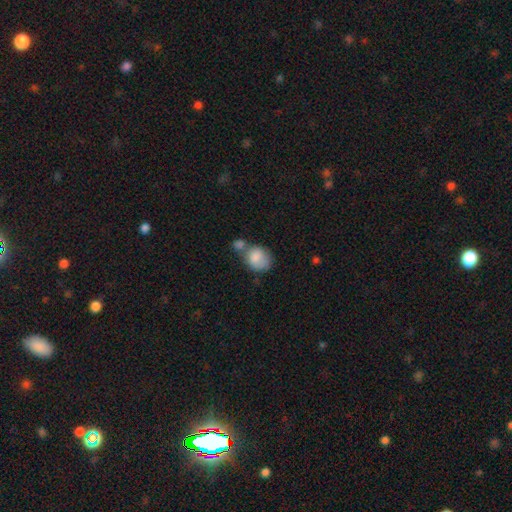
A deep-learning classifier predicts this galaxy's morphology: A smooth galaxy with no disk features (82%) that is round (52%).

Vote fractions:
- Smooth or featured? smooth: 82% / featured or disk: 11% / star or artifact: 7%
- How rounded? round: 52% / in between: 47% / cigar-shaped: 1%
- Merging? merger: 43% / none: 30% / minor disturbance: 17% / major disturbance: 10%